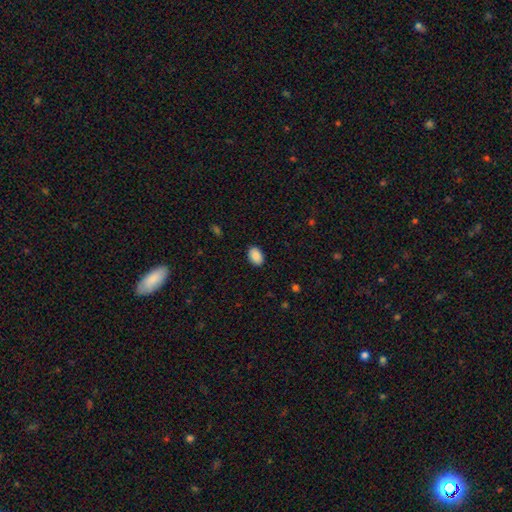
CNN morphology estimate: smooth 90%, star or artifact 7%, featured or disk 3%. Down the decision tree: how rounded — in between (85%); merging — none (89%).